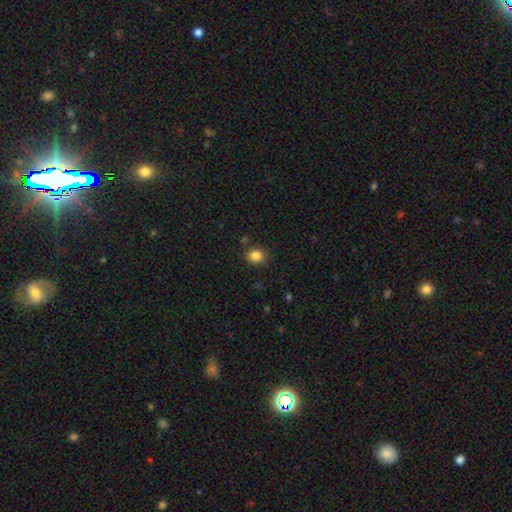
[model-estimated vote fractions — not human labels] Overall: smooth (84%). How rounded: round (76%). Merging: none (86%).